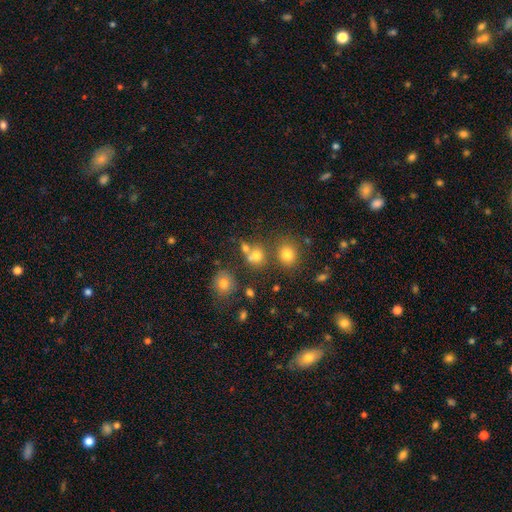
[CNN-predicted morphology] A smooth galaxy with no disk features (71%) that is round (80%).

Vote fractions:
- Smooth or featured? smooth: 71% / star or artifact: 18% / featured or disk: 11%
- How rounded? round: 80% / in between: 19% / cigar-shaped: 1%
- Merging? none: 53% / merger: 32% / minor disturbance: 9% / major disturbance: 5%